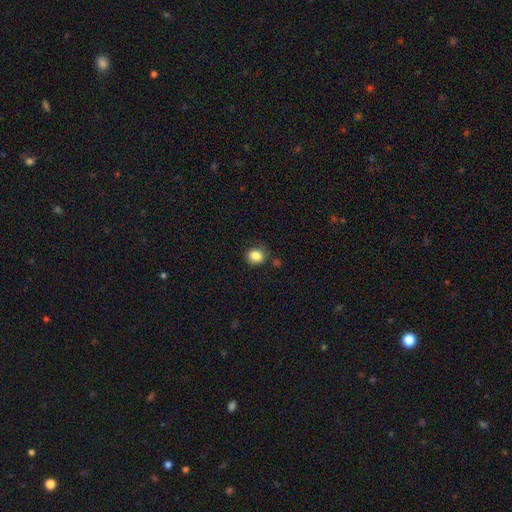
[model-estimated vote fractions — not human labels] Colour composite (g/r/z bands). It shows a smooth galaxy with no disk features (86%) that is round (69%). Merging: none (76%).